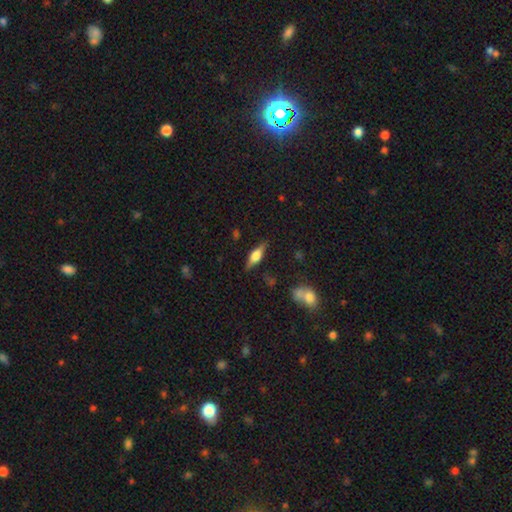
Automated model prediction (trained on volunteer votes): Smooth or featured?
  - featured or disk: 59% *
  - smooth: 34%
  - star or artifact: 7%
Edge-on disk?
  - yes: 95% *
  - no: 5%
Edge-on bulge?
  - rounded: 86% *
  - boxy: 12%
  - none: 2%
Merging?
  - none: 84% *
  - minor disturbance: 11%
  - major disturbance: 3%
  - merger: 2%